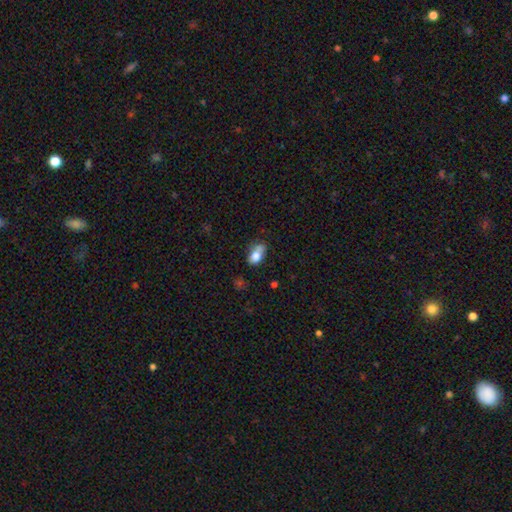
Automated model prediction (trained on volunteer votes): The model was most divided on "merging": none: 38%, minor disturbance: 29%, merger: 21%, major disturbance: 12%. More confident: how rounded — in between (83%); smooth or featured — smooth (76%).